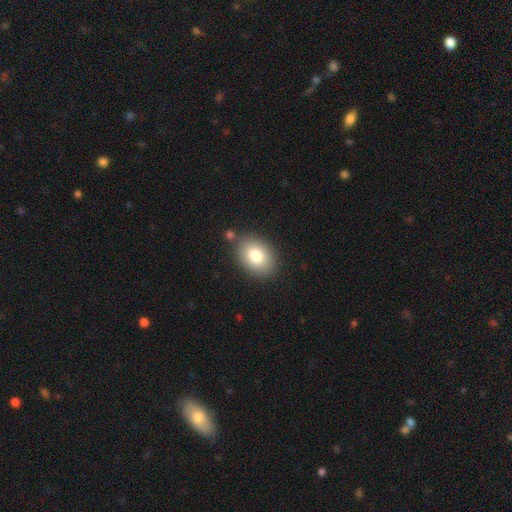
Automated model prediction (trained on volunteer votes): A smooth galaxy with no disk features (82%) that is in between round and cigar-shaped (72%).

Vote fractions:
- Smooth or featured? smooth: 82% / featured or disk: 10% / star or artifact: 8%
- How rounded? in between: 72% / round: 27% / cigar-shaped: 1%
- Merging? none: 84% / minor disturbance: 9% / merger: 4% / major disturbance: 3%